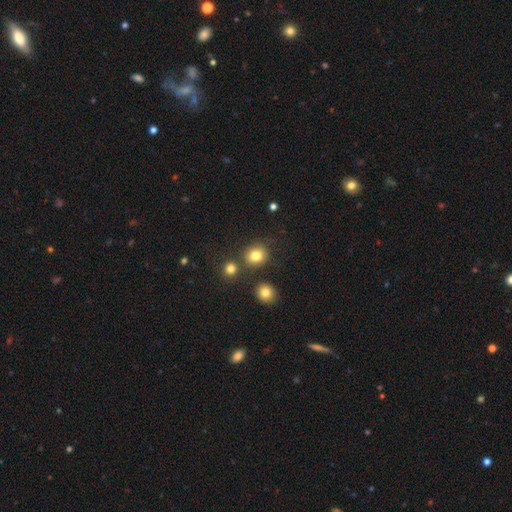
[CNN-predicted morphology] This is clearly a smooth galaxy (81%). How rounded: likely round (77%). Merging: likely none (76%).